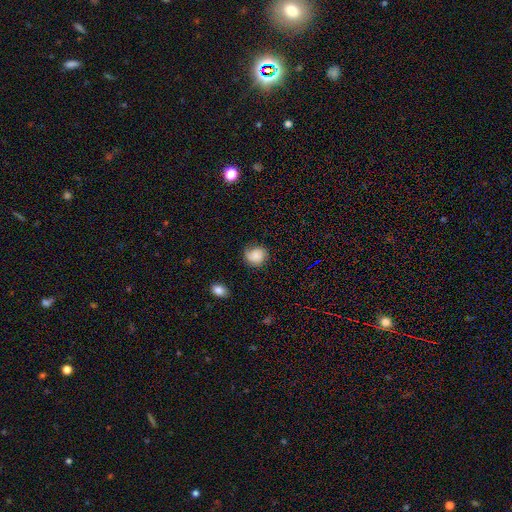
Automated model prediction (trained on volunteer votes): smooth_or_featured: smooth (p=0.65) [alt: featured or disk p=0.26]
how_rounded: round (p=0.76) [alt: in between p=0.23]
merging: none (p=0.67) [alt: minor disturbance p=0.24]